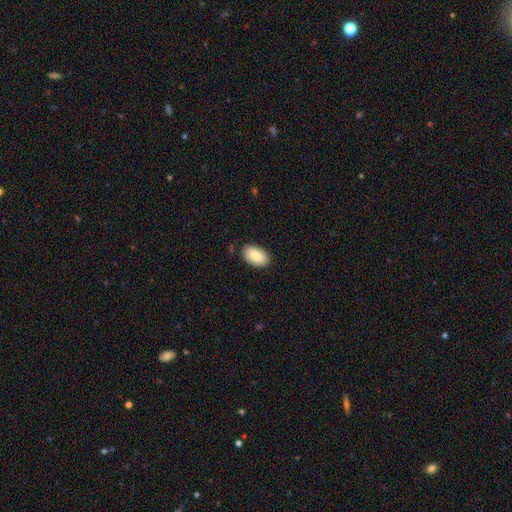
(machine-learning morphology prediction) Smooth or featured? Predicted: smooth (p=0.83). How rounded? Predicted: in between (p=0.94). Merging? Predicted: none (p=0.85).